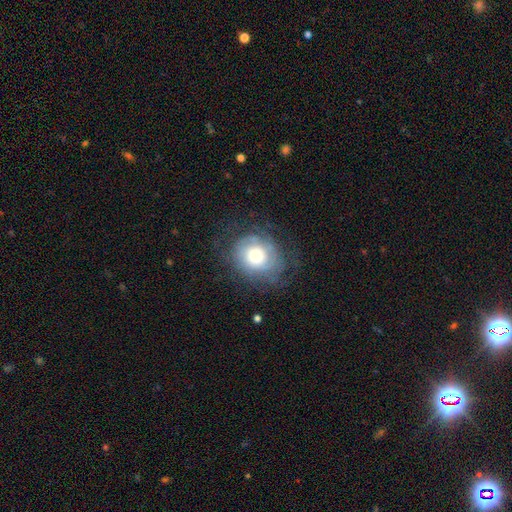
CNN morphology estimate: Smooth or featured: featured or disk — 50% (smooth — 41%)
Edge-on disk: no — 97% (yes — 3%)
Merging: none — 62% (minor disturbance — 21%)